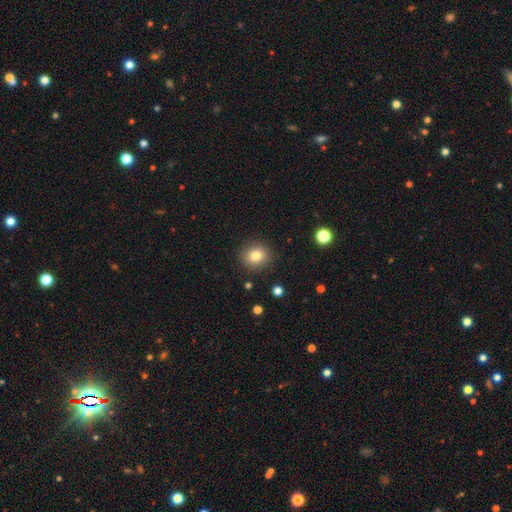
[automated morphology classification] smooth-or-featured: smooth: 80% | star or artifact: 11% | featured or disk: 8%
  how-rounded: round: 81% | in between: 18% | cigar-shaped: 1%
  merging: none: 90% | minor disturbance: 7% | major disturbance: 2% | merger: 1%